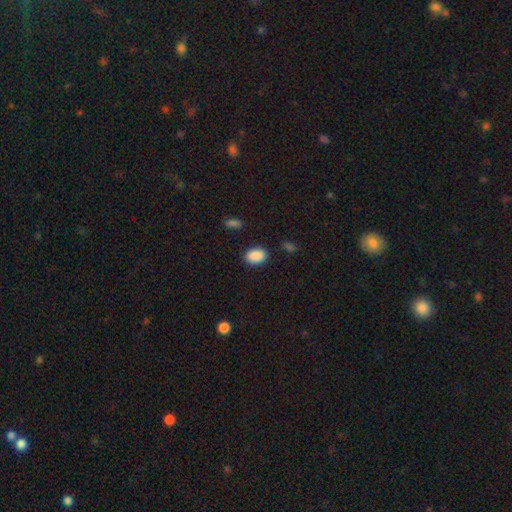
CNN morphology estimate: Smooth or featured? Predicted: smooth (p=0.89). How rounded? Predicted: in between (p=0.84). Merging? Predicted: none (p=0.85).